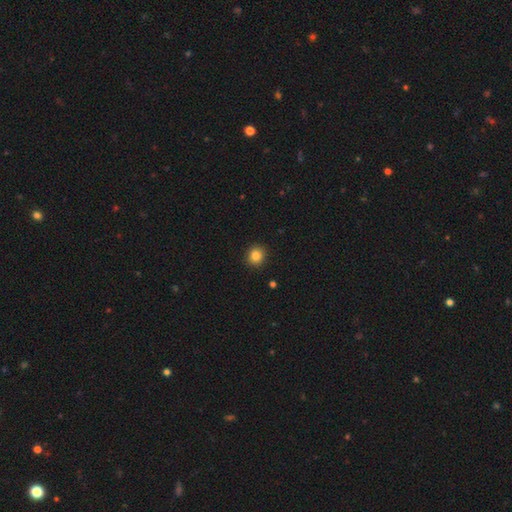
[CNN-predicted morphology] smooth-or-featured: smooth: 84% | star or artifact: 11% | featured or disk: 5%
  how-rounded: round: 86% | in between: 13% | cigar-shaped: 1%
  merging: none: 92% | minor disturbance: 6% | major disturbance: 2% | merger: 1%